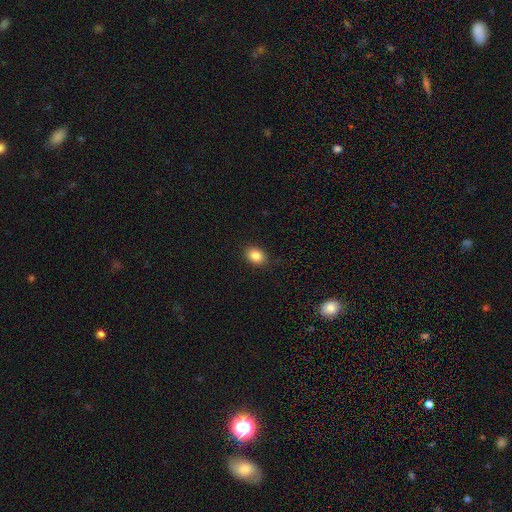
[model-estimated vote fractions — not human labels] Morphology: type=smooth (86%); roundness=in between (69%); merging=none (88%).